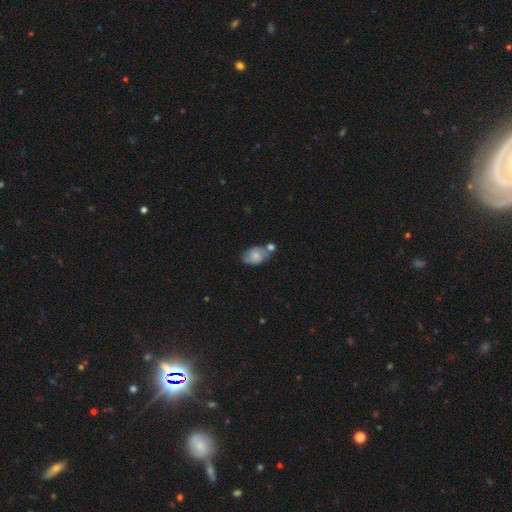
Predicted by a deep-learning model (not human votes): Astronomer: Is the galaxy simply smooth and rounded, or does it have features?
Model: smooth — 58% (runner-up: featured or disk, 34%).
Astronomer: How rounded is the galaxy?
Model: in between — 83%.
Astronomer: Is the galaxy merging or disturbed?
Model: none — 46% (runner-up: merger, 27%).